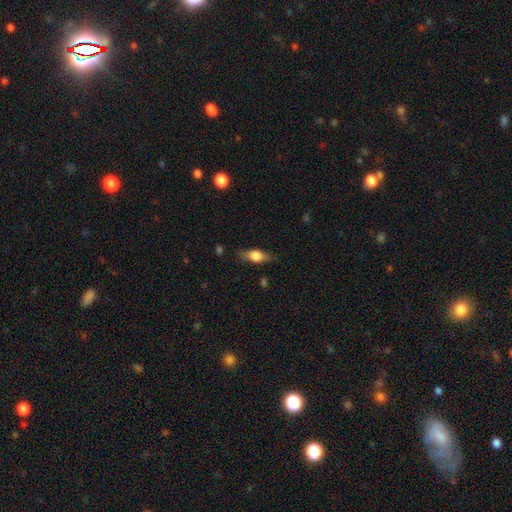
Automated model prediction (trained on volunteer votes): This appears to be a smooth galaxy with no disk features (60%) that is in between round and cigar-shaped (68%). Merging: none (79%).